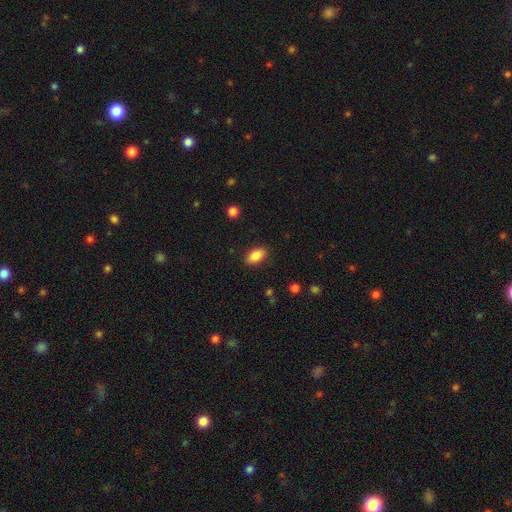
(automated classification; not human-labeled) Q: Smooth or featured?
A: smooth (87%); runner-up: star or artifact (8%)
Q: How rounded?
A: in between (92%); runner-up: round (5%)
Q: Merging?
A: none (88%); runner-up: minor disturbance (9%)